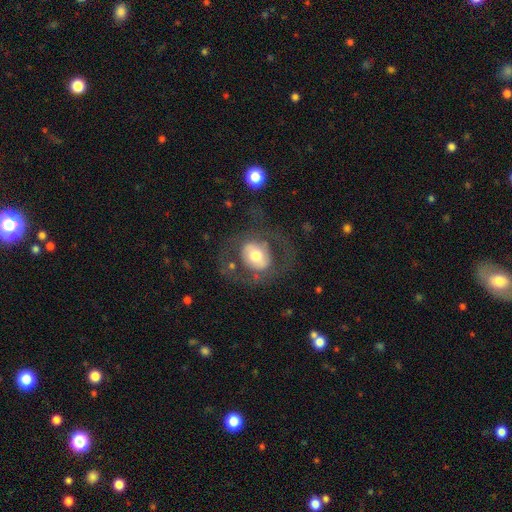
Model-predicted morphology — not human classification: Smooth or featured? featured or disk (50%)
Merging? none (65%)